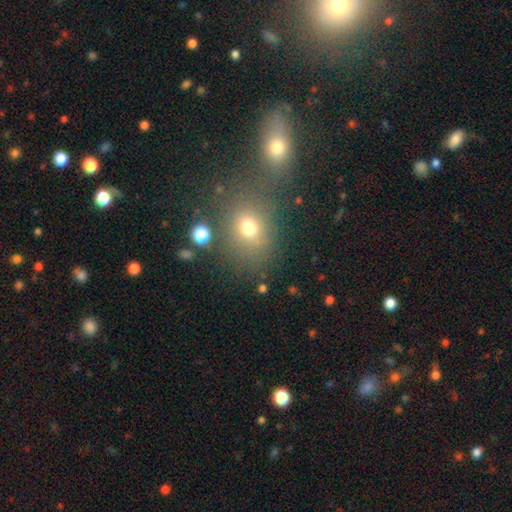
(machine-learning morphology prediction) A smooth galaxy with no disk features (62%) that is round (61%).

Vote fractions:
- Smooth or featured? smooth: 62% / star or artifact: 26% / featured or disk: 12%
- How rounded? round: 61% / in between: 38% / cigar-shaped: 2%
- Merging? none: 57% / merger: 30% / minor disturbance: 9% / major disturbance: 4%